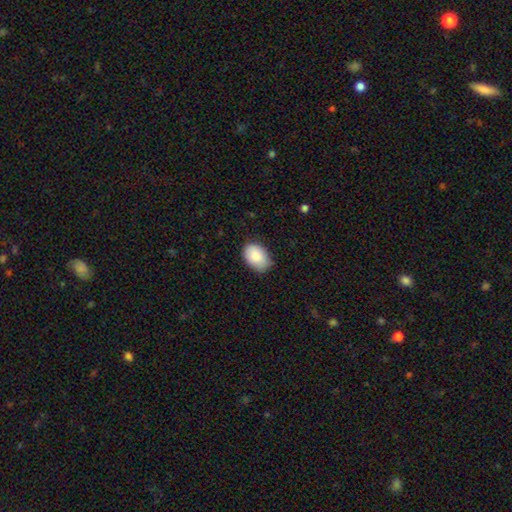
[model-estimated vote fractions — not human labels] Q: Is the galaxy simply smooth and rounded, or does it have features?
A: smooth — 88%.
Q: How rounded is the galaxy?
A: in between — 84%.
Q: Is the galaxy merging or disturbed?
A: none — 74%.